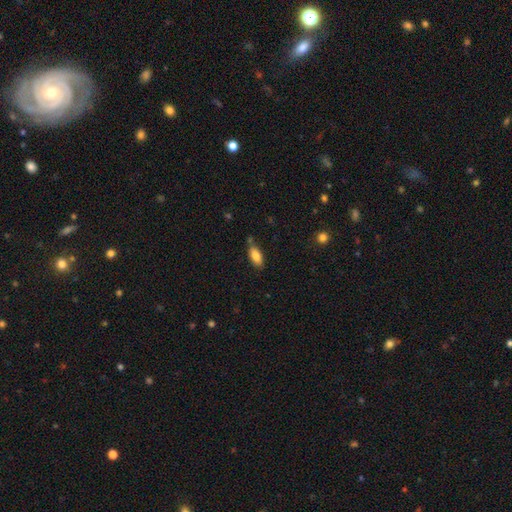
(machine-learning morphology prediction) Q: Smooth or featured?
A: smooth (83%); runner-up: featured or disk (10%)
Q: How rounded?
A: in between (81%); runner-up: cigar-shaped (16%)
Q: Merging?
A: none (75%); runner-up: minor disturbance (17%)